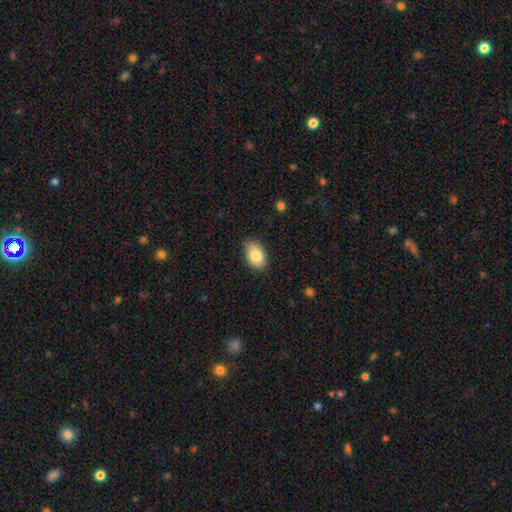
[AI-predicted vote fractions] This appears to be a smooth galaxy with no disk features (84%) that is in between round and cigar-shaped (89%). Merging: none (79%).